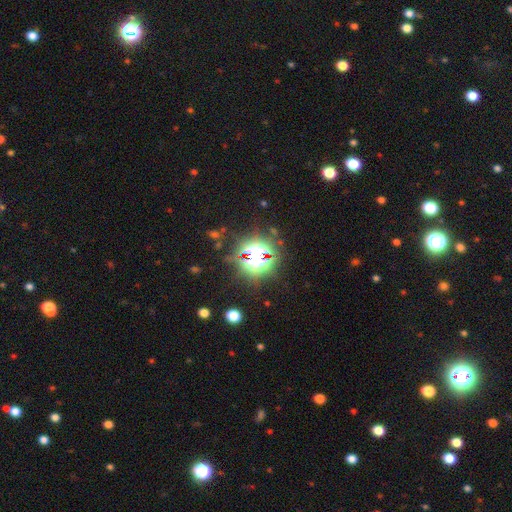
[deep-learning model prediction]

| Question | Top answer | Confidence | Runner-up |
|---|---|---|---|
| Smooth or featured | star or artifact | 72% | smooth (19%) |